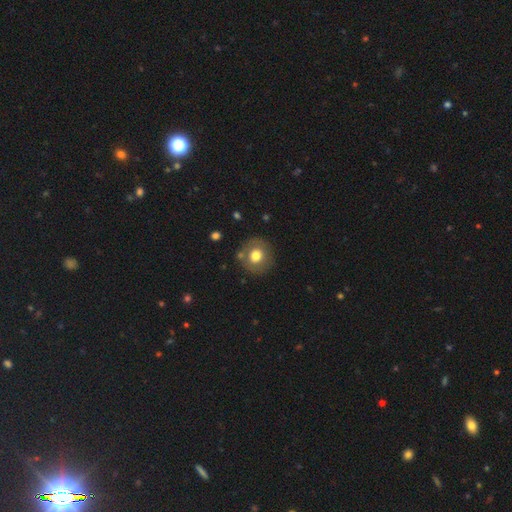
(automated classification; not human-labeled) Morphology: type=smooth (69%); roundness=round (90%); merging=none (82%).